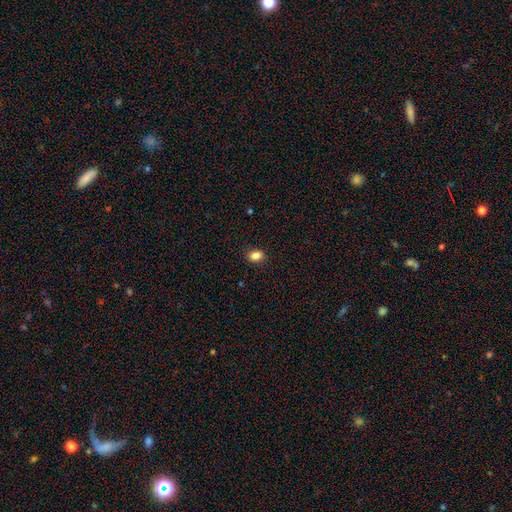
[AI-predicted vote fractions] smooth_or_featured: smooth (p=0.86) [alt: star or artifact p=0.10]
how_rounded: in between (p=0.71) [alt: round p=0.28]
merging: none (p=0.89) [alt: minor disturbance p=0.08]